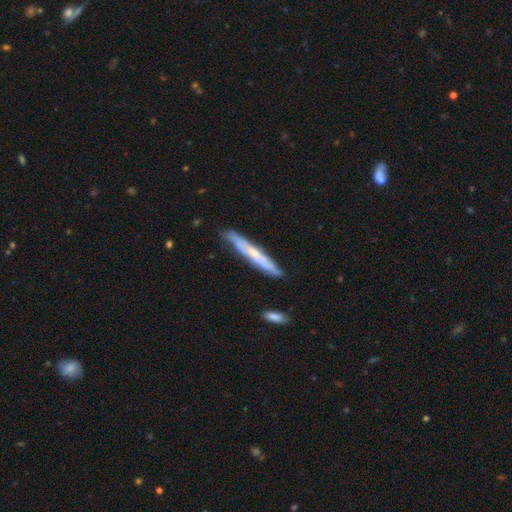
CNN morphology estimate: This is possibly a featured or disk galaxy (55%). It is clearly viewed edge-on (85%). Merging: clearly none (84%).